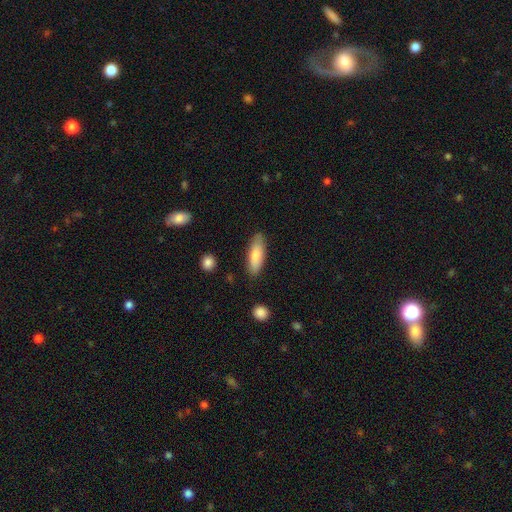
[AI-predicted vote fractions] Smooth or featured: smooth — 81% (featured or disk — 13%)
How rounded: in between — 55% (cigar-shaped — 43%)
Merging: none — 82% (minor disturbance — 14%)